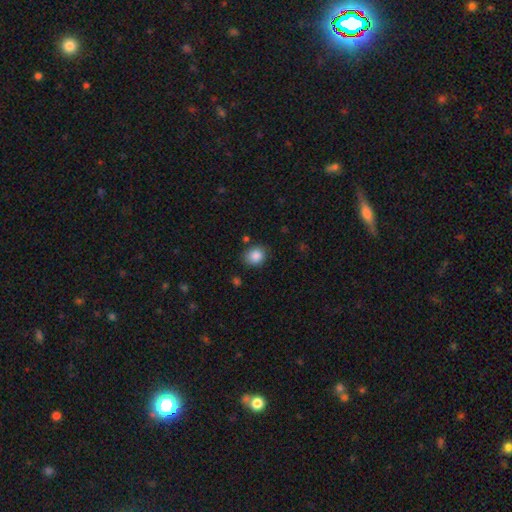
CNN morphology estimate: Smooth or featured? smooth (87%)
How rounded? round (65%)
Merging? none (80%)